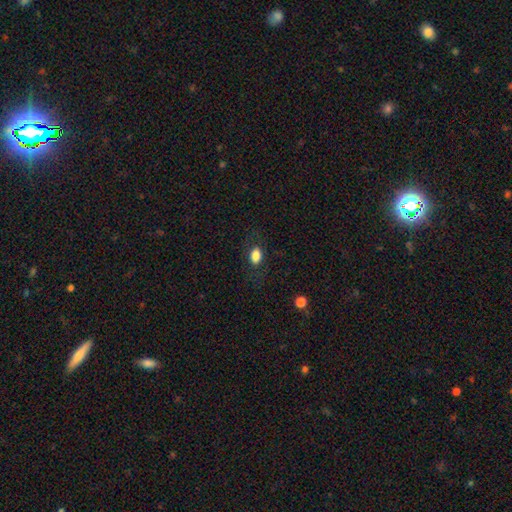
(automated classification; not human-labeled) Smooth or featured? Predicted: smooth (p=0.83). How rounded? Predicted: in between (p=0.80). Merging? Predicted: none (p=0.81).